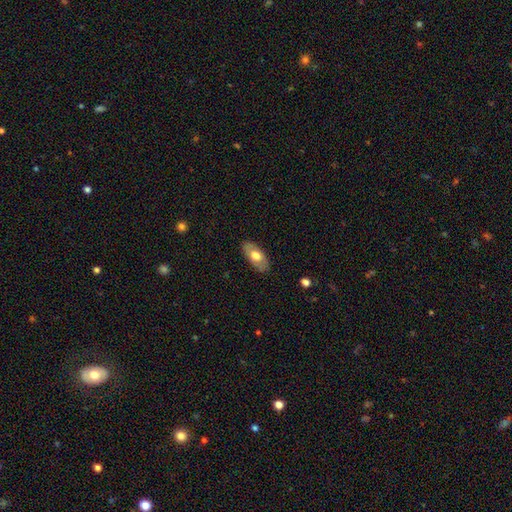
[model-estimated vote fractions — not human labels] smooth 60%, featured or disk 34%, star or artifact 5%. Down the decision tree: how rounded — in between (91%); merging — none (85%).